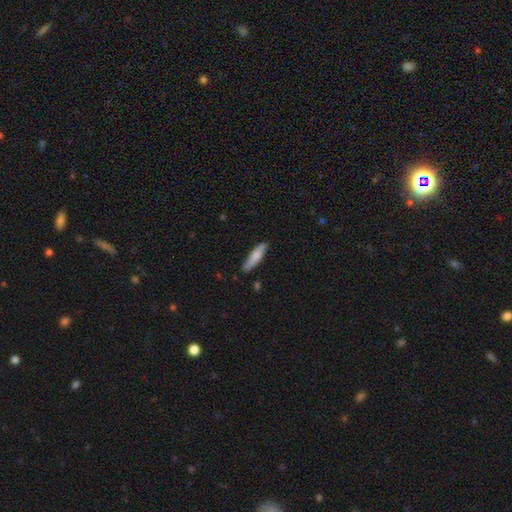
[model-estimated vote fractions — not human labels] Q: Smooth or featured?
A: smooth (75%); runner-up: featured or disk (19%)
Q: How rounded?
A: cigar-shaped (77%); runner-up: in between (22%)
Q: Merging?
A: none (83%); runner-up: minor disturbance (13%)